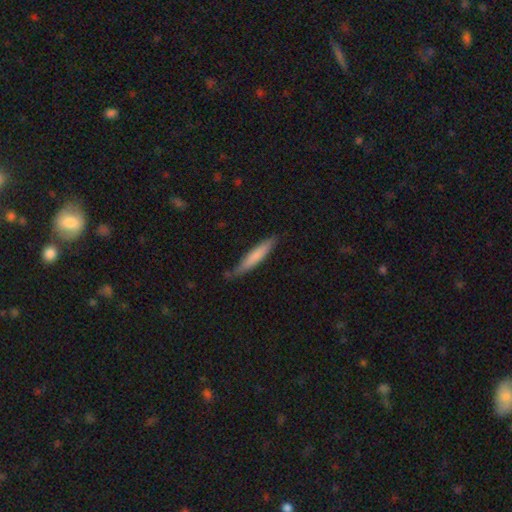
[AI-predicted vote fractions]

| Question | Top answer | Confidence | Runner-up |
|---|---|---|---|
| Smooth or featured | smooth | 73% | featured or disk (22%) |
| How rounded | cigar-shaped | 92% | in between (7%) |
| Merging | none | 79% | minor disturbance (16%) |